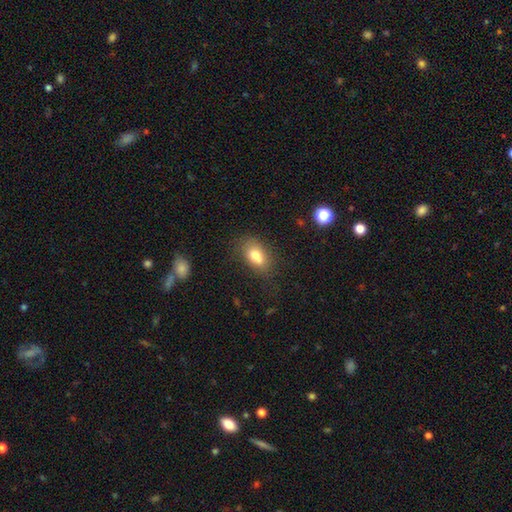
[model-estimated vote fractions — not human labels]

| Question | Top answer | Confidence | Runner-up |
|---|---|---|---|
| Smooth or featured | smooth | 77% | featured or disk (14%) |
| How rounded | in between | 86% | round (12%) |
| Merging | none | 62% | minor disturbance (21%) |